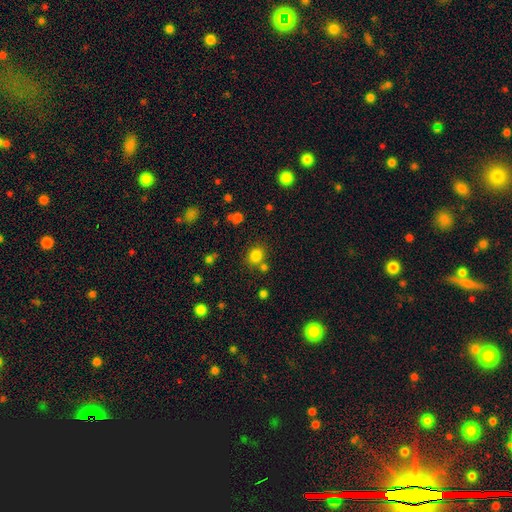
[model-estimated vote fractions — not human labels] This appears to be a smooth galaxy with no disk features (81%) that is round (70%). Merging: none (73%).